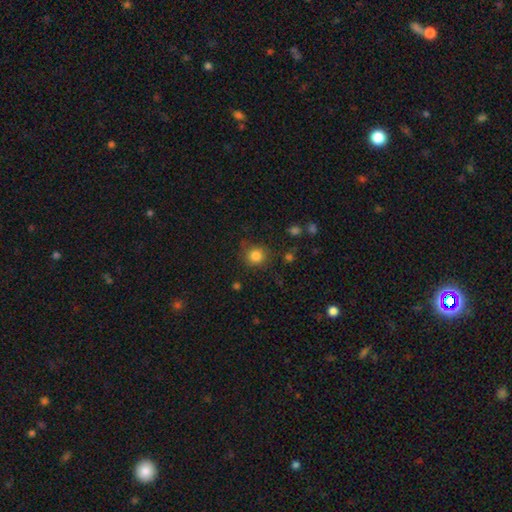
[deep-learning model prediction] smooth_or_featured: smooth (p=0.84) [alt: star or artifact p=0.11]
how_rounded: round (p=0.89) [alt: in between p=0.10]
merging: none (p=0.80) [alt: minor disturbance p=0.13]